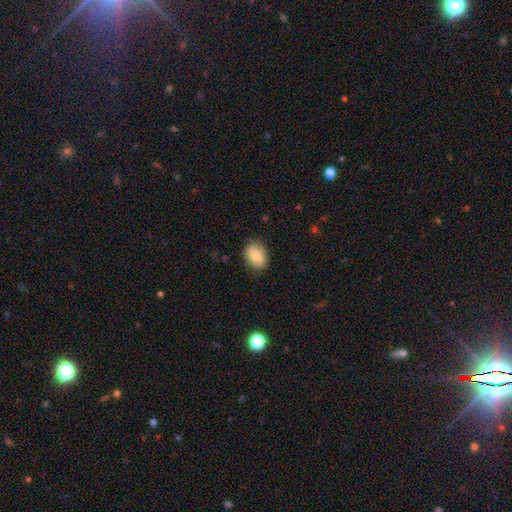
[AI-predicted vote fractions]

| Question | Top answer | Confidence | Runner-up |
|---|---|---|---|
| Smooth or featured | smooth | 78% | featured or disk (15%) |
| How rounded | in between | 62% | round (37%) |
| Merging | none | 86% | minor disturbance (11%) |